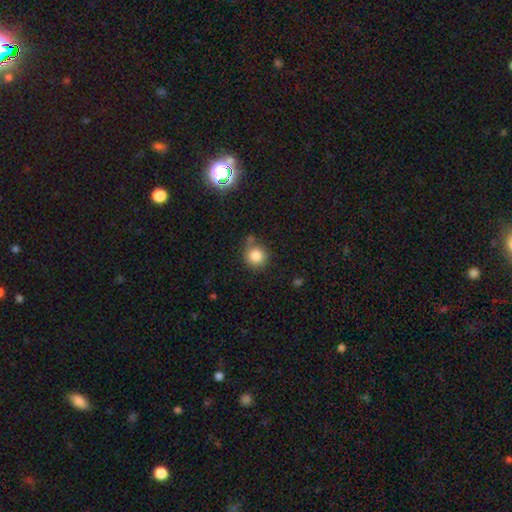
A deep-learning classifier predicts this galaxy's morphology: type=smooth (84%); roundness=round (91%); merging=none (68%).